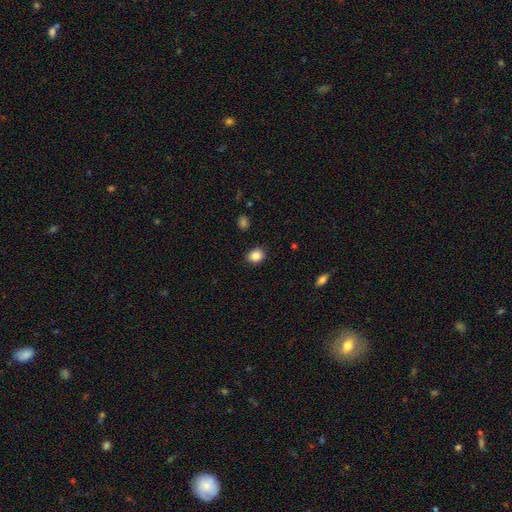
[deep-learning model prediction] smooth 86%, star or artifact 9%, featured or disk 5%. Down the decision tree: how rounded — round (59%); merging — none (89%).